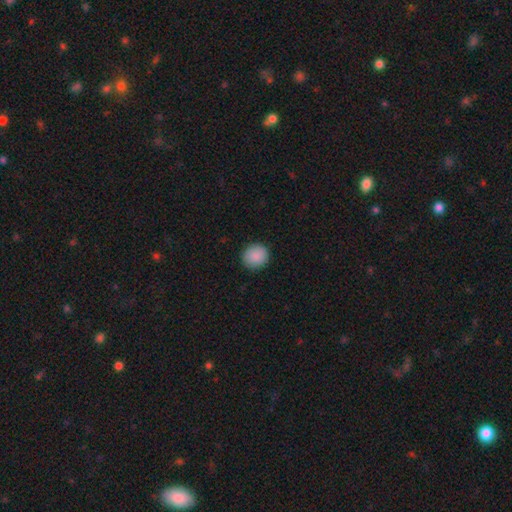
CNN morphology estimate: A smooth galaxy with no disk features (89%) that is round (90%). Merging: none (91%).